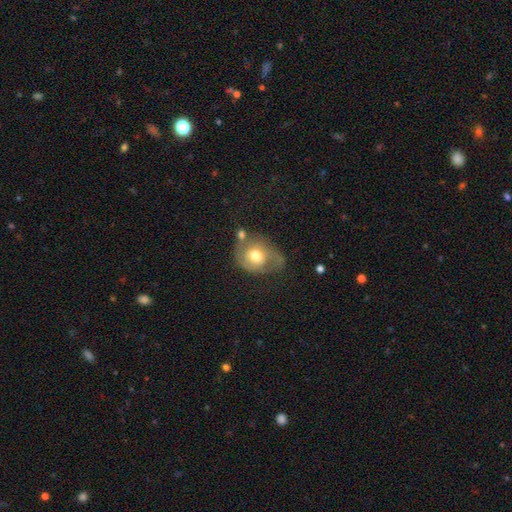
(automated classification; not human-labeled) smooth_or_featured: smooth (p=0.55) [alt: featured or disk p=0.37]
how_rounded: round (p=0.60) [alt: in between p=0.38]
merging: none (p=0.35) [alt: minor disturbance p=0.28]